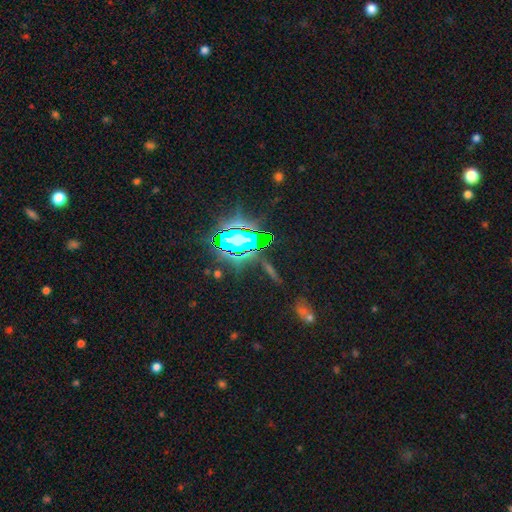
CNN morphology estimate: Overall: star or artifact (81%).